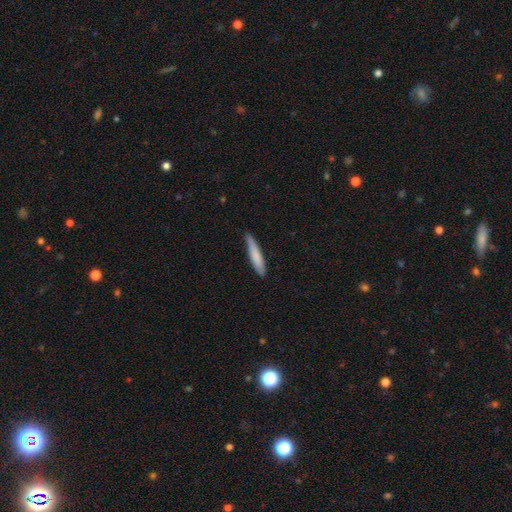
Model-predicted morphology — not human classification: smooth-or-featured: smooth: 78% | featured or disk: 17% | star or artifact: 5%
  how-rounded: cigar-shaped: 89% | in between: 10% | round: 1%
  merging: none: 78% | minor disturbance: 18% | major disturbance: 2% | merger: 1%